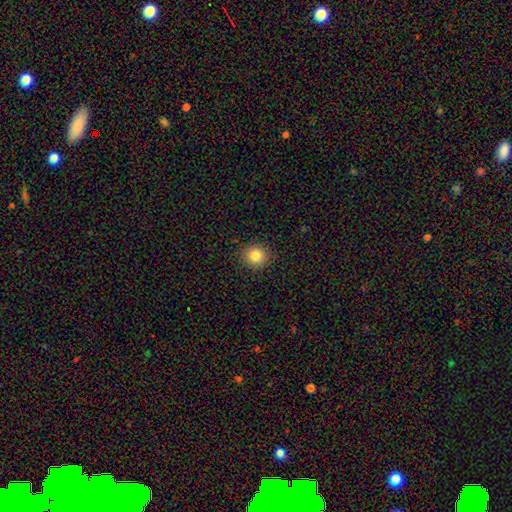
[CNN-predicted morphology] smooth-or-featured: smooth: 83% | star or artifact: 11% | featured or disk: 6%
  how-rounded: round: 90% | in between: 9% | cigar-shaped: 1%
  merging: none: 89% | minor disturbance: 7% | major disturbance: 2% | merger: 1%